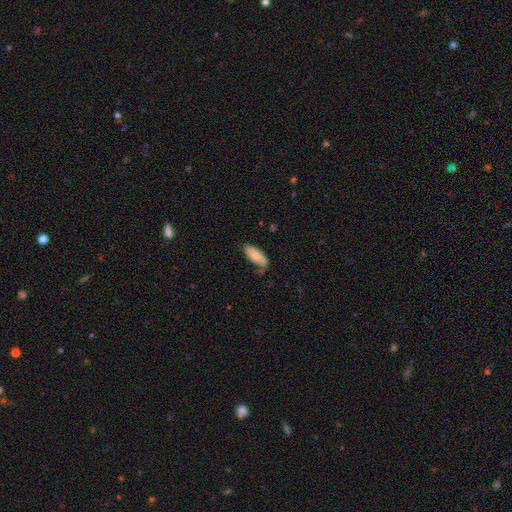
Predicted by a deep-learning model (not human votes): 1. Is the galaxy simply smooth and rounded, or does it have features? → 79% smooth, 15% featured or disk, 6% star or artifact.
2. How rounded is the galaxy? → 80% in between, 19% cigar-shaped, 2% round.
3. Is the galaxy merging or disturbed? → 57% none, 31% minor disturbance, 8% major disturbance, 3% merger.